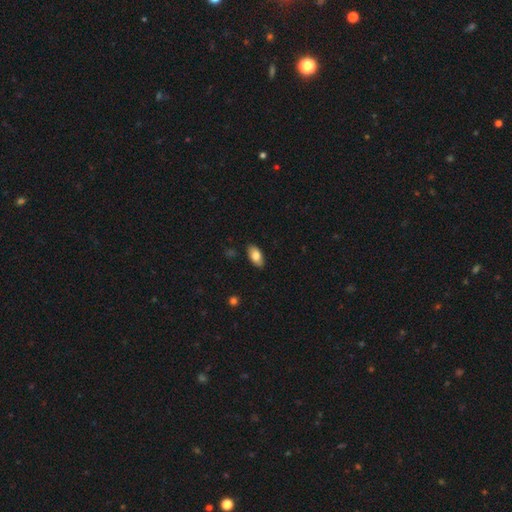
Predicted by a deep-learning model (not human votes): smooth 81%, featured or disk 13%, star or artifact 7%. Down the decision tree: how rounded — in between (92%); merging — none (87%).